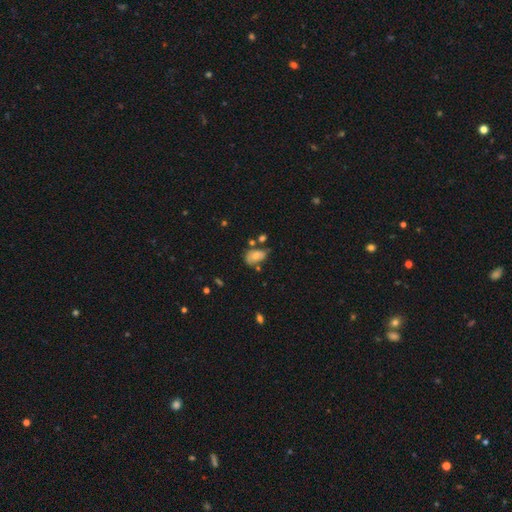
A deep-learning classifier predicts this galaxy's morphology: A smooth galaxy with no disk features (64%) that is in between round and cigar-shaped (83%).

Vote fractions:
- Smooth or featured? smooth: 64% / featured or disk: 26% / star or artifact: 10%
- How rounded? in between: 83% / round: 15% / cigar-shaped: 2%
- Merging? none: 49% / minor disturbance: 28% / merger: 13% / major disturbance: 9%